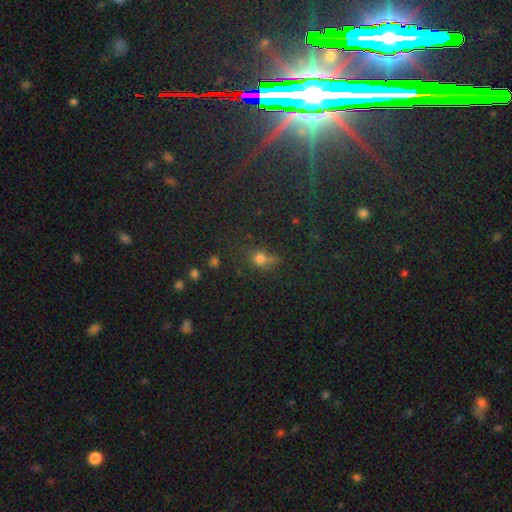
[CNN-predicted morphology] Smooth or featured? Predicted: smooth (p=0.54). How rounded? Predicted: round (p=0.49). Merging? Predicted: none (p=0.61).